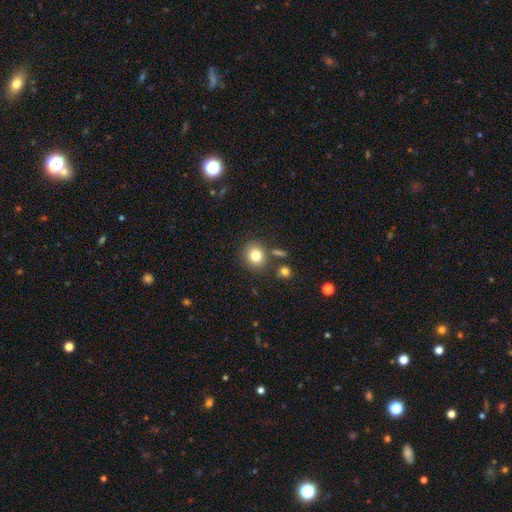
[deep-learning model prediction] smooth 81%, star or artifact 11%, featured or disk 8%. Down the decision tree: how rounded — round (81%); merging — none (78%).